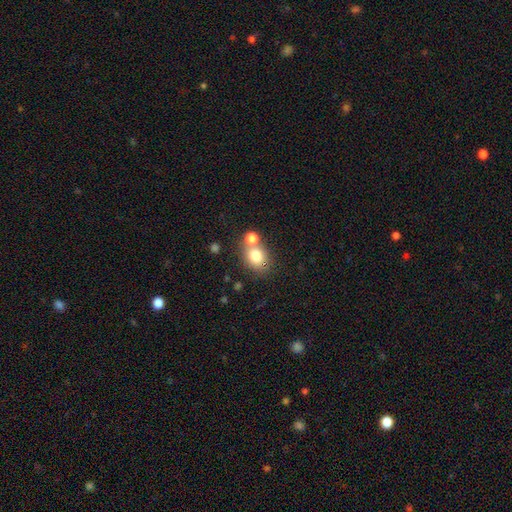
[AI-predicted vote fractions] A smooth galaxy with no disk features (77%) that is round (56%). Merging: none (56%).